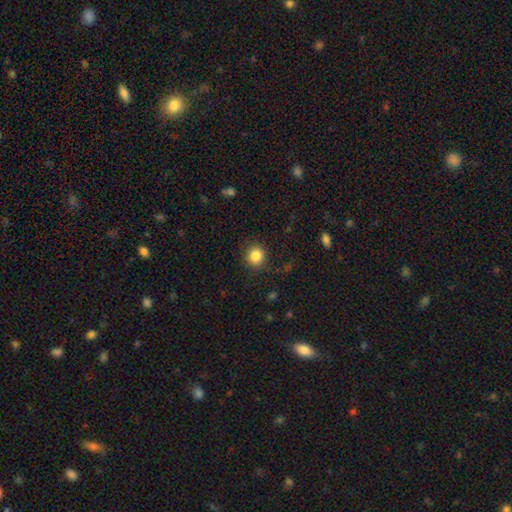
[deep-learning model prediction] Overall: smooth (85%). How rounded: round (89%). Merging: none (89%).